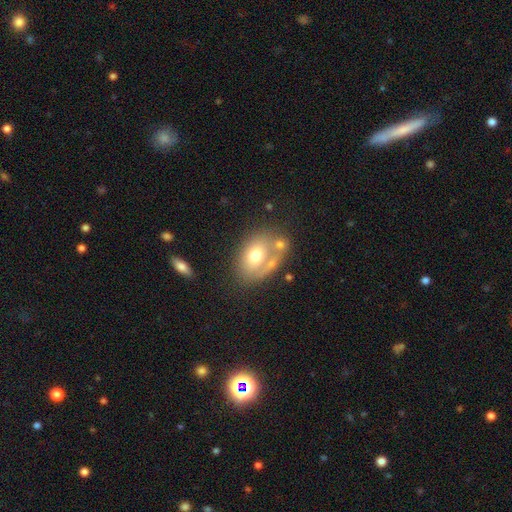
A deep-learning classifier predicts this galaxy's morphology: Smooth or featured? Predicted: smooth (p=0.61). How rounded? Predicted: in between (p=0.78). Merging? Predicted: none (p=0.39).